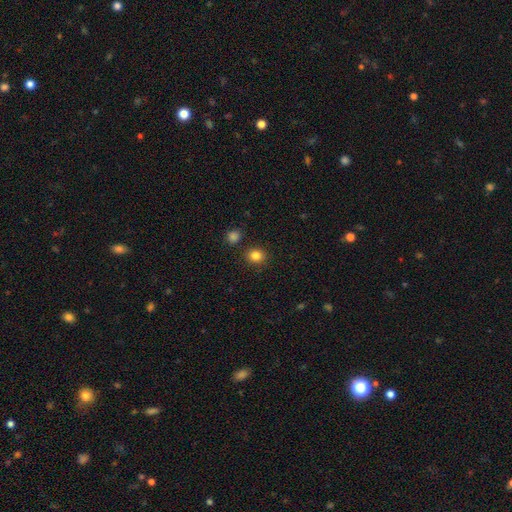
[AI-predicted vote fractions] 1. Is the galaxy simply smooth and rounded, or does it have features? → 84% smooth, 12% star or artifact, 5% featured or disk.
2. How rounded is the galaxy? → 77% round, 22% in between, 1% cigar-shaped.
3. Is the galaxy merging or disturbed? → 86% none, 7% minor disturbance, 4% merger, 2% major disturbance.